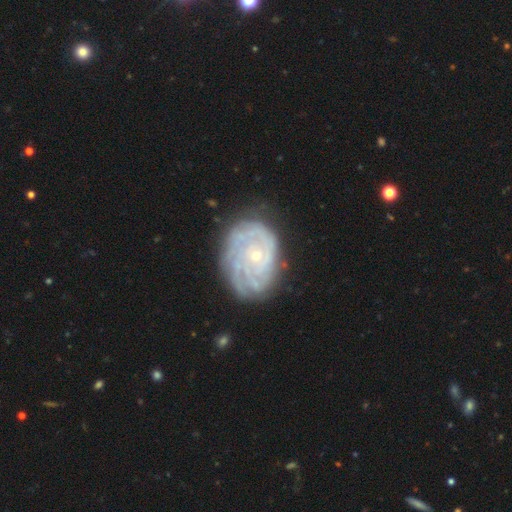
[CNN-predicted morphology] A featured or disk galaxy (81%) with no bar (82%), tight (75%) spiral arms (92%) and a small central bulge (77%). Merging: none (68%).